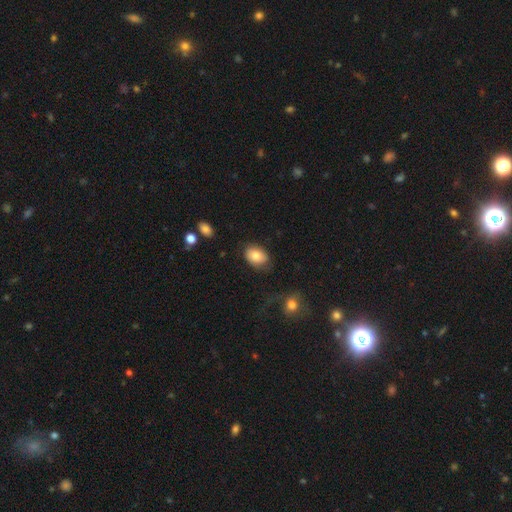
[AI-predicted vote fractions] Smooth or featured?
  - smooth: 83% *
  - featured or disk: 10%
  - star or artifact: 8%
How rounded?
  - in between: 80% *
  - round: 19%
  - cigar-shaped: 1%
Merging?
  - none: 75% *
  - minor disturbance: 17%
  - major disturbance: 5%
  - merger: 2%